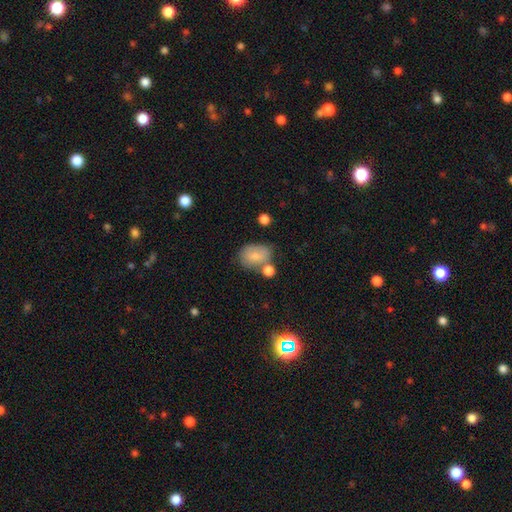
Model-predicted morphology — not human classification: A smooth galaxy with no disk features (80%) that is in between round and cigar-shaped (77%). Merging: none (51%).